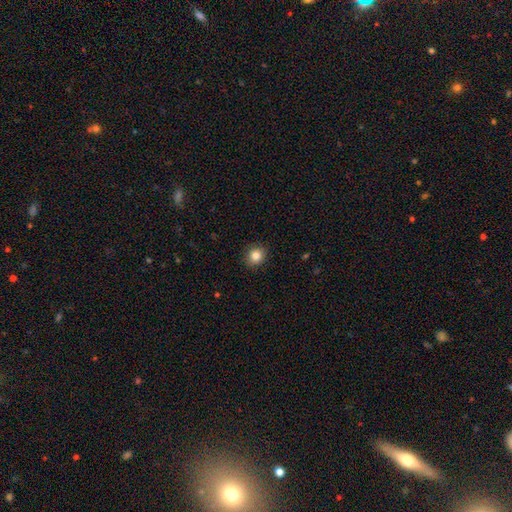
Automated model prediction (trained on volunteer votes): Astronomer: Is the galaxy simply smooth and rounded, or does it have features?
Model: smooth — 84%.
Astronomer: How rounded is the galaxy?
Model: round — 79%.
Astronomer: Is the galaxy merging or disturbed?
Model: none — 91%.